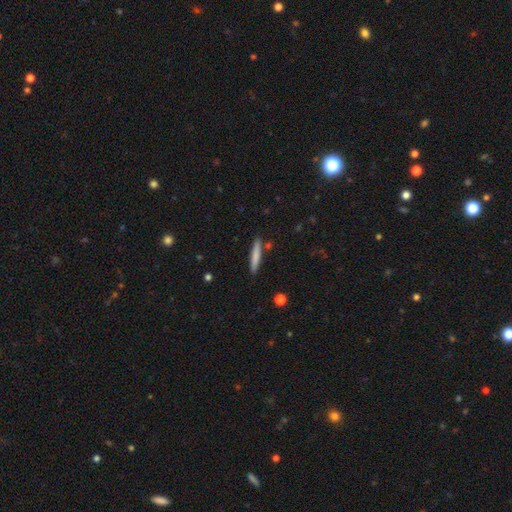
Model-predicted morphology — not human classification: Q: Smooth or featured?
A: smooth (74%); runner-up: featured or disk (20%)
Q: How rounded?
A: cigar-shaped (93%); runner-up: in between (5%)
Q: Merging?
A: none (87%); runner-up: minor disturbance (9%)